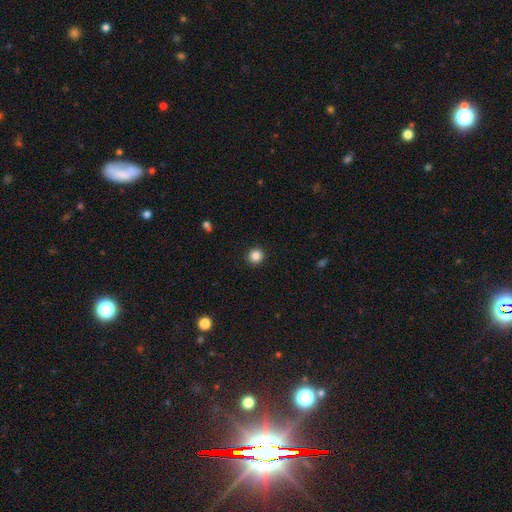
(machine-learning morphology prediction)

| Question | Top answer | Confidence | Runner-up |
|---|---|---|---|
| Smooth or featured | smooth | 85% | star or artifact (11%) |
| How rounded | round | 95% | in between (4%) |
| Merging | none | 93% | minor disturbance (5%) |